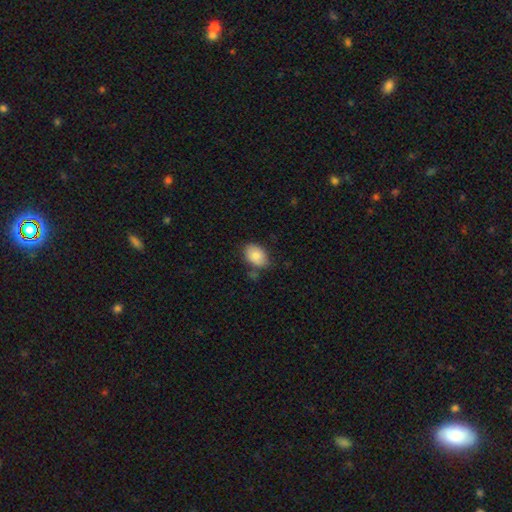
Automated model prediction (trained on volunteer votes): Smooth or featured? Predicted: smooth (p=0.84). How rounded? Predicted: in between (p=0.84). Merging? Predicted: none (p=0.71).